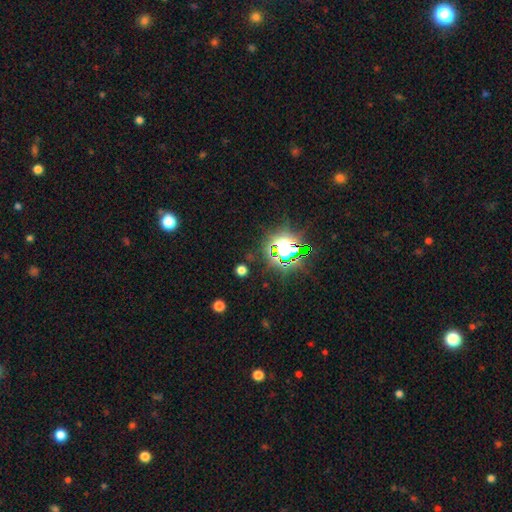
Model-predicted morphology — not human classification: A star or artifact, not a galaxy (79%).